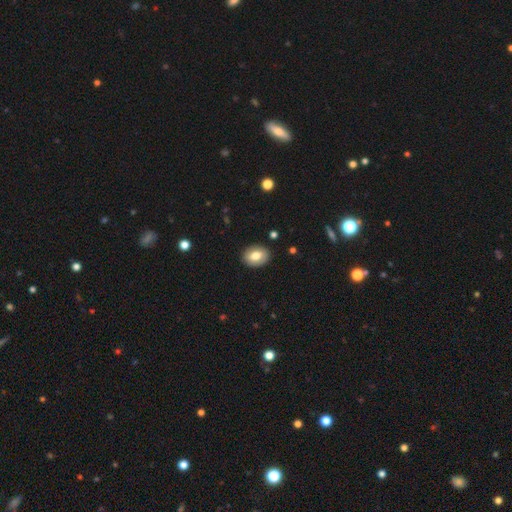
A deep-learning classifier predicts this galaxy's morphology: Q: Smooth or featured?
A: smooth (76%); runner-up: featured or disk (17%)
Q: How rounded?
A: in between (66%); runner-up: round (33%)
Q: Merging?
A: none (88%); runner-up: minor disturbance (9%)